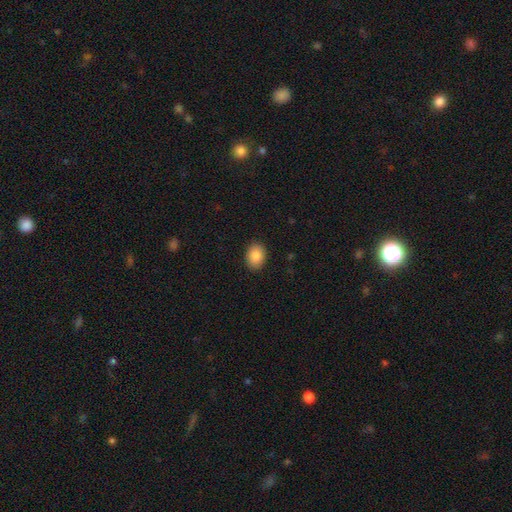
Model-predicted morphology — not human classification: smooth-or-featured: smooth: 88% | star or artifact: 8% | featured or disk: 5%
  how-rounded: in between: 74% | round: 25% | cigar-shaped: 1%
  merging: none: 90% | minor disturbance: 8% | major disturbance: 2% | merger: 1%